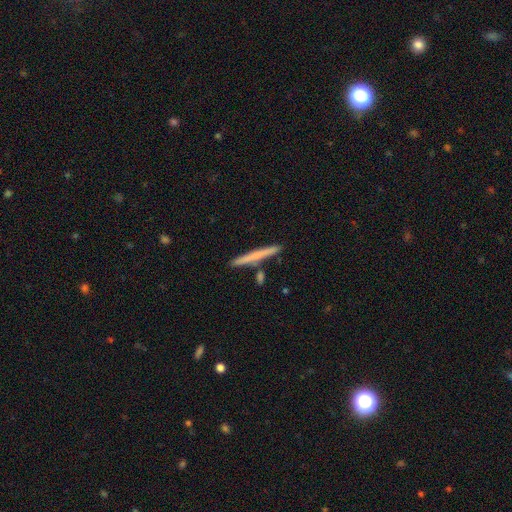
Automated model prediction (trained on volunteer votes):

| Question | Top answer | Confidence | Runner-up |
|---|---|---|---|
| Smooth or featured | smooth | 58% | featured or disk (37%) |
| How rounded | cigar-shaped | 97% | in between (2%) |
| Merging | none | 87% | minor disturbance (7%) |